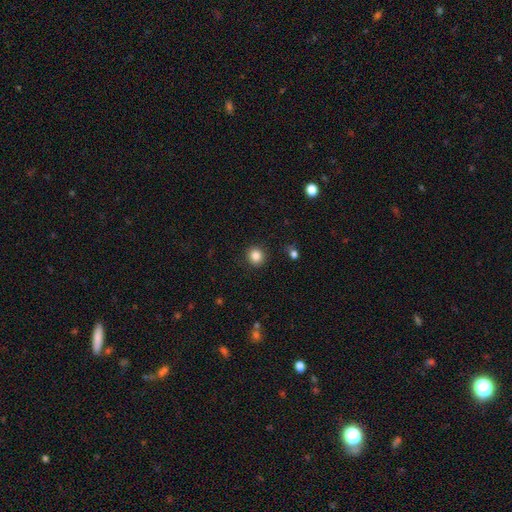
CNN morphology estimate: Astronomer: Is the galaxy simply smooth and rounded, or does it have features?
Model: smooth — 85%.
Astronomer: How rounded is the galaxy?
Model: round — 90%.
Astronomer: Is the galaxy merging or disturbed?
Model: none — 91%.